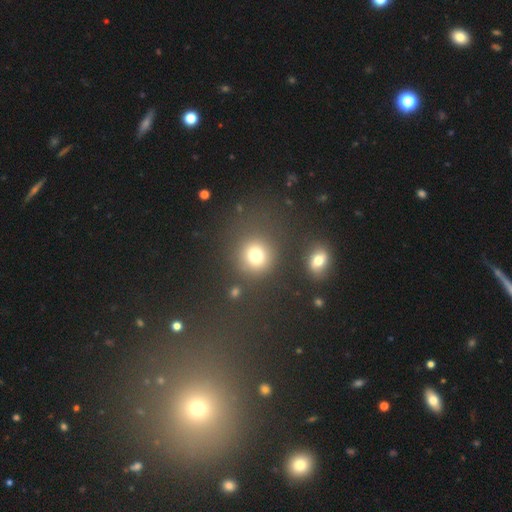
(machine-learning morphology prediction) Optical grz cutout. It shows a smooth galaxy with no disk features (76%) that is round (87%). Merging: none (77%).